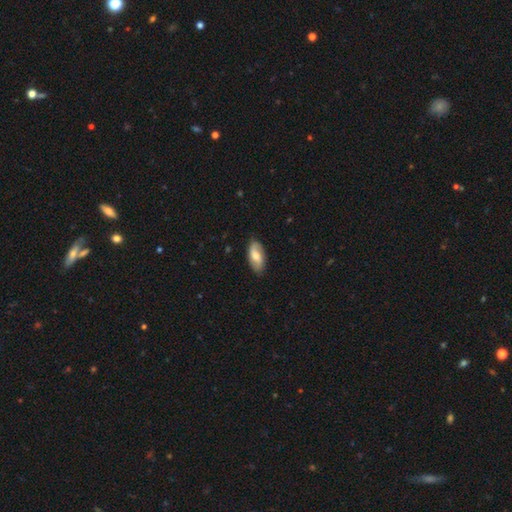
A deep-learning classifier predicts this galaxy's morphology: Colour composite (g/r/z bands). It shows a smooth galaxy with no disk features (54%) that is in between round and cigar-shaped (90%). Merging: none (81%).